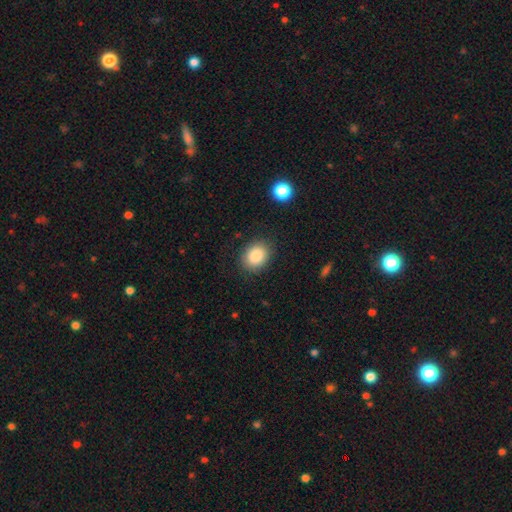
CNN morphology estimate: Smooth or featured?
  - smooth: 86% *
  - star or artifact: 8%
  - featured or disk: 5%
How rounded?
  - in between: 54% *
  - round: 45%
  - cigar-shaped: 1%
Merging?
  - none: 86% *
  - minor disturbance: 10%
  - major disturbance: 3%
  - merger: 1%